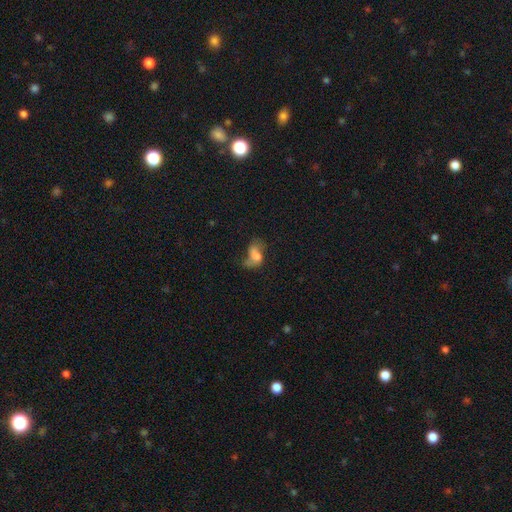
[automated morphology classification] smooth-or-featured: smooth: 53% | featured or disk: 34% | star or artifact: 13%
  how-rounded: in between: 83% | round: 15% | cigar-shaped: 3%
  merging: major disturbance: 37% | none: 26% | minor disturbance: 24% | merger: 13%